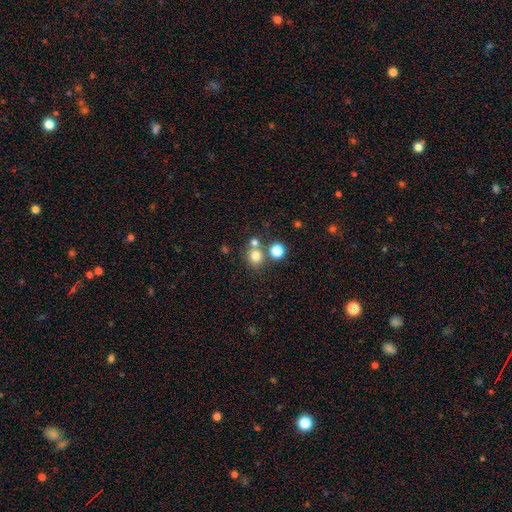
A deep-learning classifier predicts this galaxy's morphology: Smooth or featured? Predicted: smooth (p=0.75). How rounded? Predicted: round (p=0.86). Merging? Predicted: none (p=0.63).